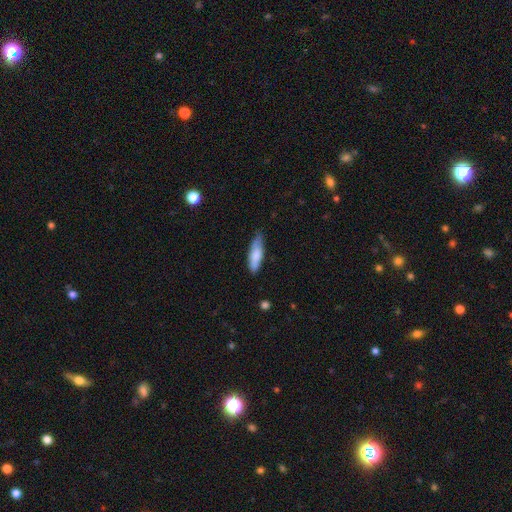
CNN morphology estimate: Smooth or featured: smooth — 75% (featured or disk — 19%)
How rounded: cigar-shaped — 52% (in between — 47%)
Merging: none — 69% (minor disturbance — 25%)